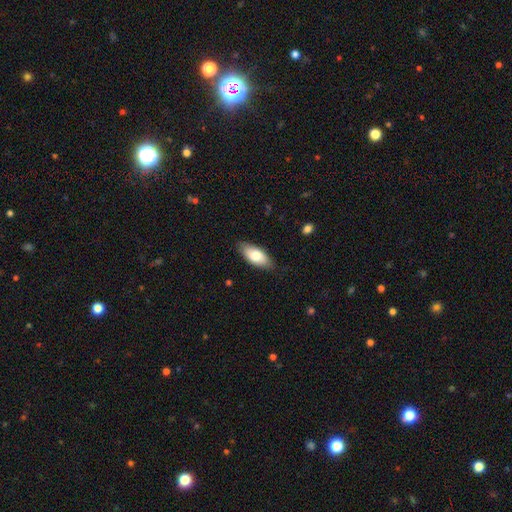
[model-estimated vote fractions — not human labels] This appears to be a smooth galaxy with no disk features (76%) that is in between round and cigar-shaped (87%). Merging: none (84%).